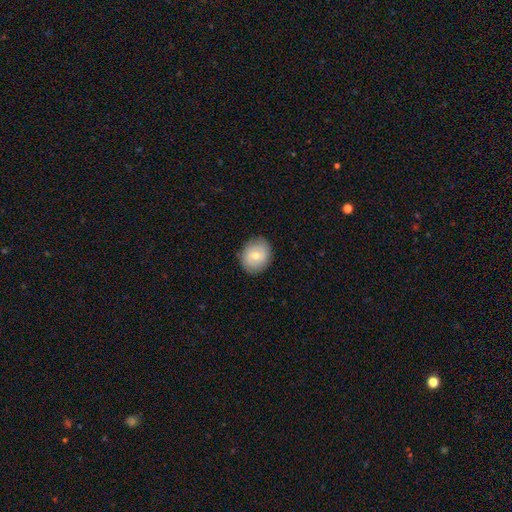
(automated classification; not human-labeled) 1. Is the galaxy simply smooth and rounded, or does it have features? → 53% smooth, 40% featured or disk, 7% star or artifact.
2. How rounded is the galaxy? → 69% round, 30% in between, 1% cigar-shaped.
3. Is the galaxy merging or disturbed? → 85% none, 11% minor disturbance, 3% major disturbance, 1% merger.